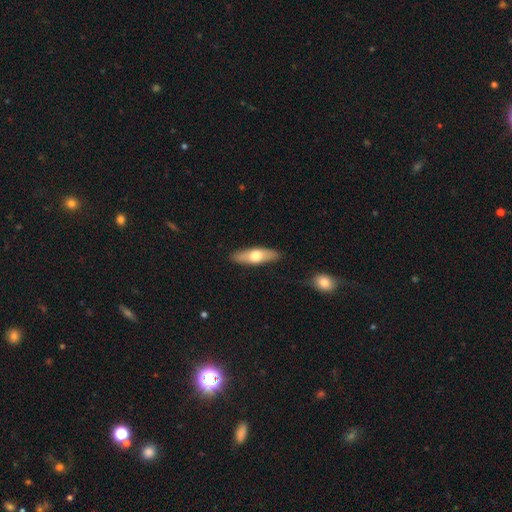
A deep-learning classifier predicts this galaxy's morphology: A smooth galaxy with no disk features (56%) that is cigar-shaped (49%). Merging: none (88%).